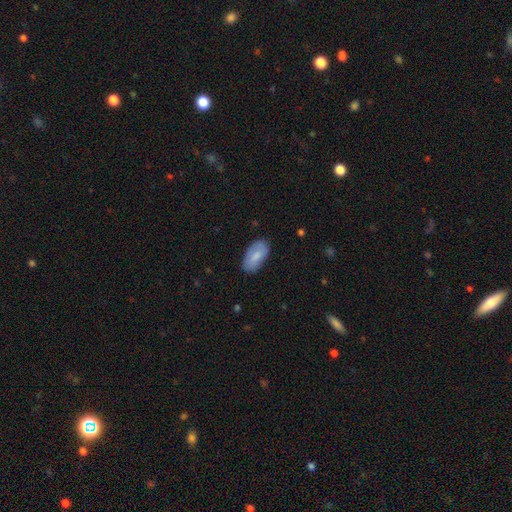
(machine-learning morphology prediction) A smooth galaxy with no disk features (77%) that is in between round and cigar-shaped (94%). Merging: none (81%).